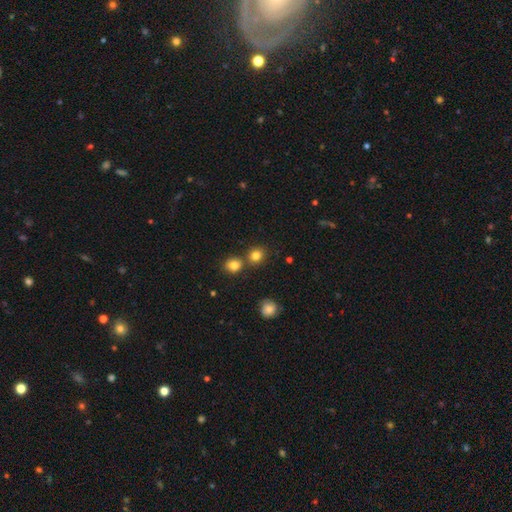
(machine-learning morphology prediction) This appears to be a smooth galaxy with no disk features (81%) that is round (82%). Merging: none (69%).